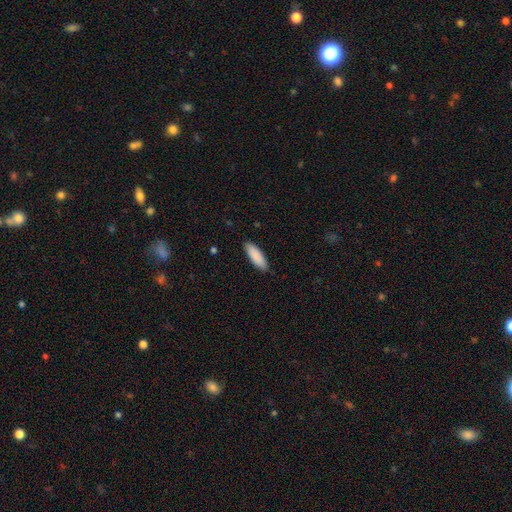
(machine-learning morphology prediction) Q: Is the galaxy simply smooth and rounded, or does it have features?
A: smooth — 90%.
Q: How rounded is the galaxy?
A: in between — 57%.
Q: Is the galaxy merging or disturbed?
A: none — 88%.